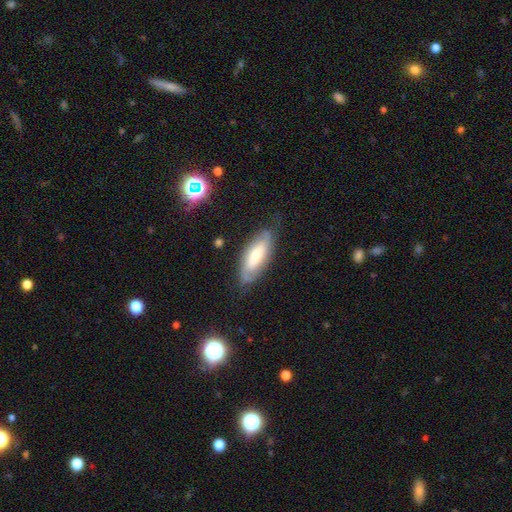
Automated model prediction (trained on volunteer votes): smooth_or_featured: smooth (p=0.50) [alt: featured or disk p=0.43]
merging: none (p=0.70) [alt: minor disturbance p=0.22]